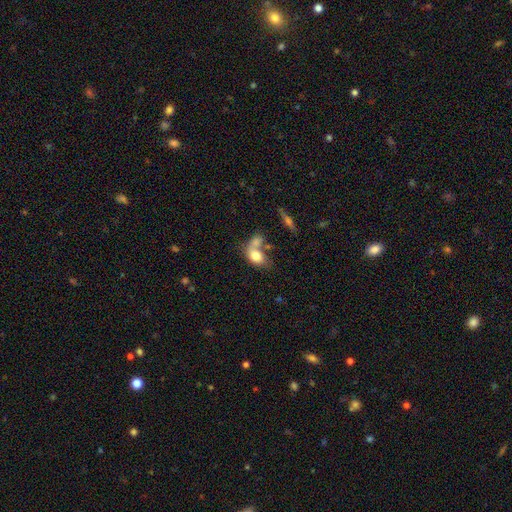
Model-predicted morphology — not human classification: This appears to be a smooth galaxy with no disk features (74%) that is in between round and cigar-shaped (75%). Merging: merger (55%).